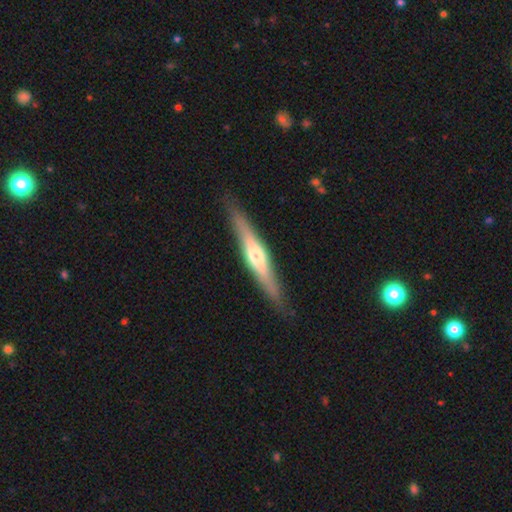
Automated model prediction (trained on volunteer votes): A featured or disk galaxy (65%) viewed edge-on (95%) with a rounded central bulge (82%). Merging: none (88%).